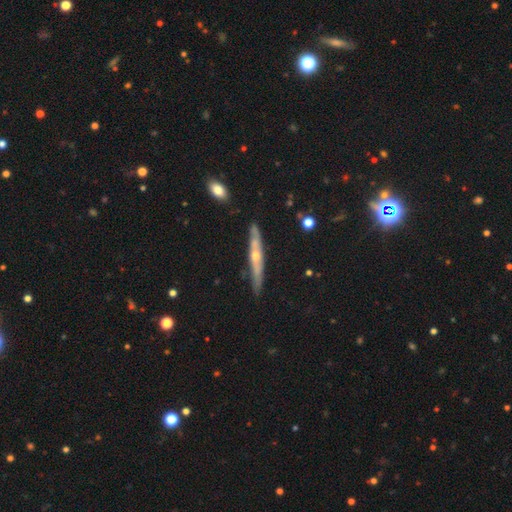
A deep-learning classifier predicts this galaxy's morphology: This appears to be a featured or disk galaxy (70%) viewed edge-on (86%) with a rounded central bulge (75%). Merging: none (80%).